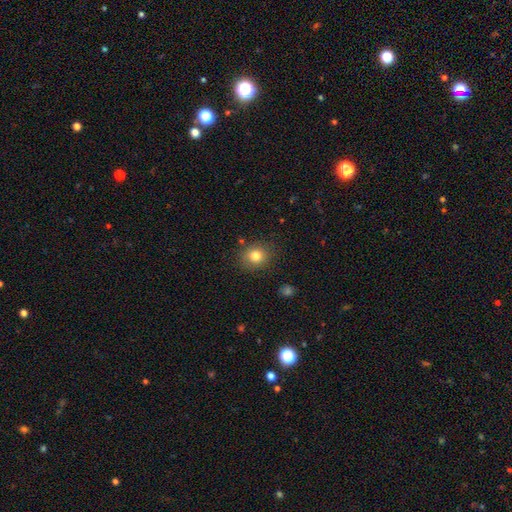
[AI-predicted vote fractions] smooth 81%, star or artifact 11%, featured or disk 8%. Down the decision tree: how rounded — round (74%); merging — none (83%).